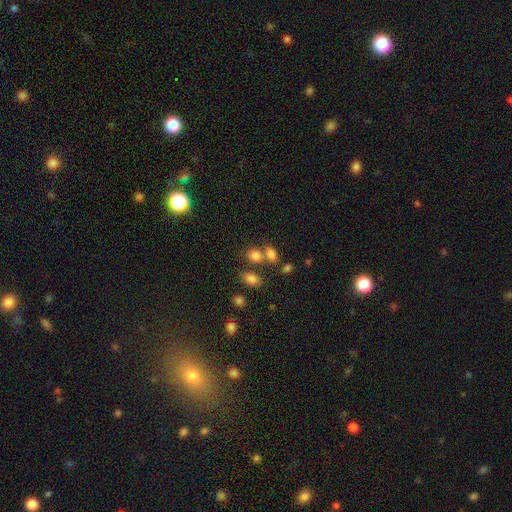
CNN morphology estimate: A smooth galaxy with no disk features (79%) that is in between round and cigar-shaped (60%).

Vote fractions:
- Smooth or featured? smooth: 79% / star or artifact: 13% / featured or disk: 8%
- How rounded? in between: 60% / round: 38% / cigar-shaped: 2%
- Merging? none: 51% / merger: 32% / minor disturbance: 12% / major disturbance: 5%